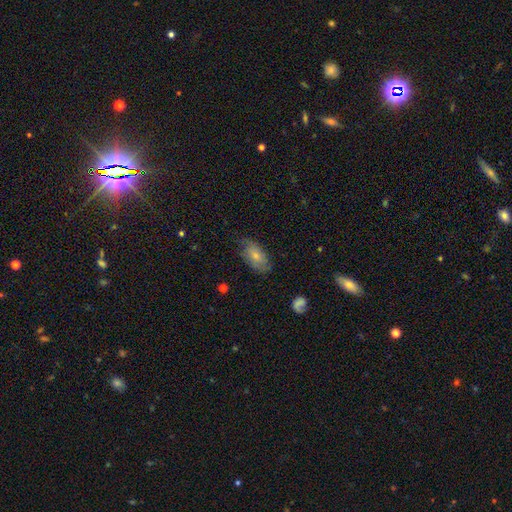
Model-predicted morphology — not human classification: A smooth galaxy with no disk features (66%) that is in between round and cigar-shaped (91%).

Vote fractions:
- Smooth or featured? smooth: 66% / featured or disk: 28% / star or artifact: 7%
- How rounded? in between: 91% / cigar-shaped: 4% / round: 4%
- Merging? none: 68% / minor disturbance: 24% / major disturbance: 7% / merger: 1%